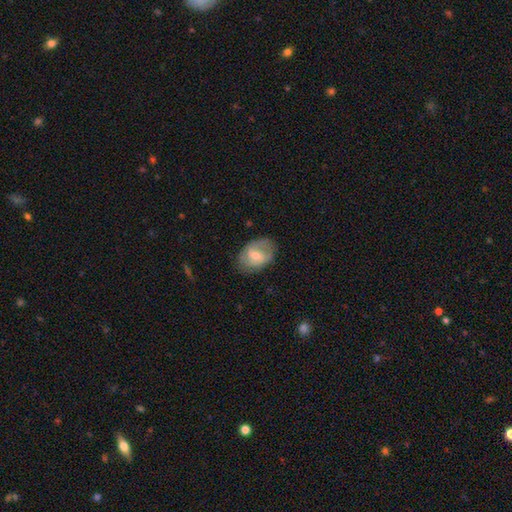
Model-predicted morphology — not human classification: Q: Smooth or featured?
A: featured or disk (51%); runner-up: smooth (43%)
Q: Edge-on disk?
A: no (95%); runner-up: yes (5%)
Q: Merging?
A: none (67%); runner-up: minor disturbance (23%)